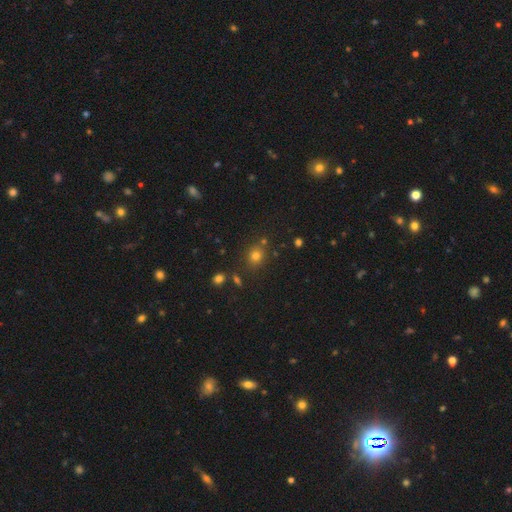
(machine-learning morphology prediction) Smooth or featured: smooth — 73% (star or artifact — 19%)
How rounded: round — 78% (in between — 21%)
Merging: none — 78% (minor disturbance — 10%)